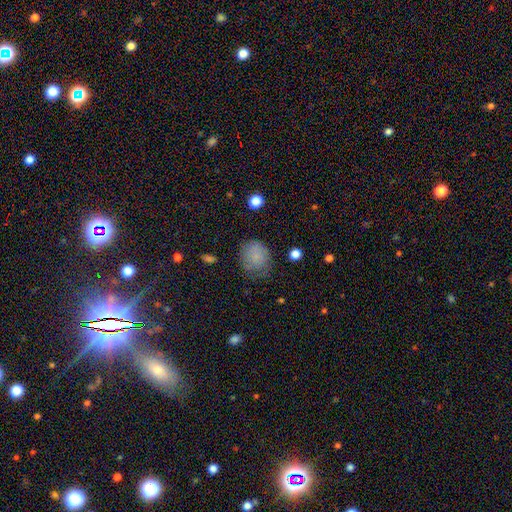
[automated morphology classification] Smooth or featured? Predicted: smooth (p=0.80). How rounded? Predicted: round (p=0.68). Merging? Predicted: none (p=0.62).